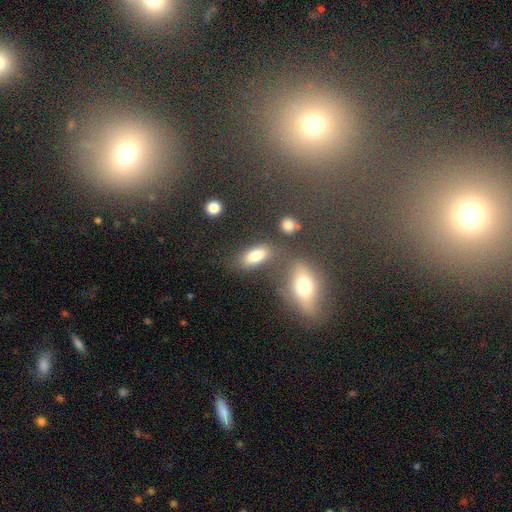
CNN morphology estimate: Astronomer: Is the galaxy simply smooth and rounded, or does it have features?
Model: smooth — 80%.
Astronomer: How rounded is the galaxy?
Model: in between — 85%.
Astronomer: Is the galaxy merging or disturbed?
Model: none — 61%.